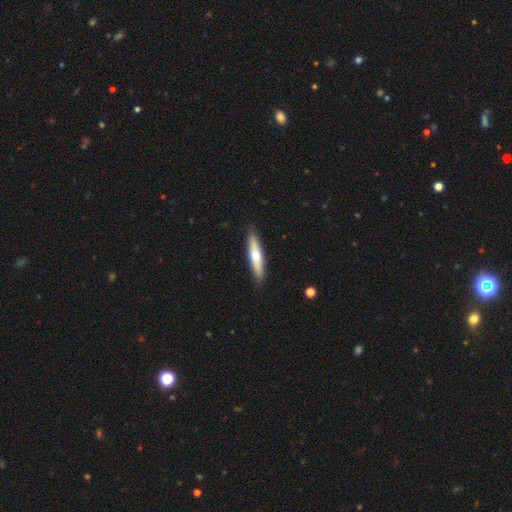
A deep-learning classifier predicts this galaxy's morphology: smooth-or-featured: smooth: 54% | featured or disk: 41% | star or artifact: 5%
  how-rounded: cigar-shaped: 80% | in between: 18% | round: 2%
  merging: none: 90% | minor disturbance: 7% | major disturbance: 2% | merger: 1%